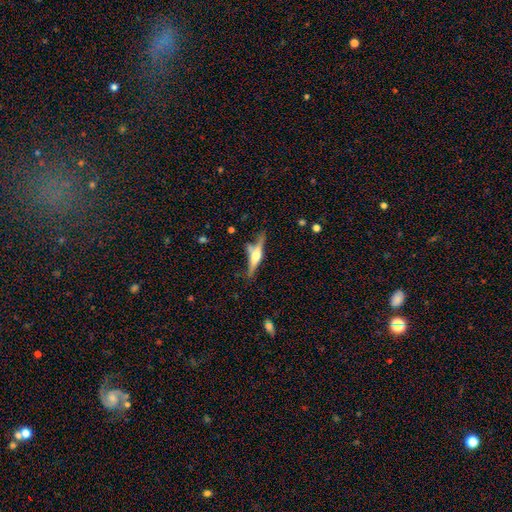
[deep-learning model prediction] A featured or disk galaxy (70%) viewed edge-on (96%) with a rounded central bulge (93%). Merging: none (67%).